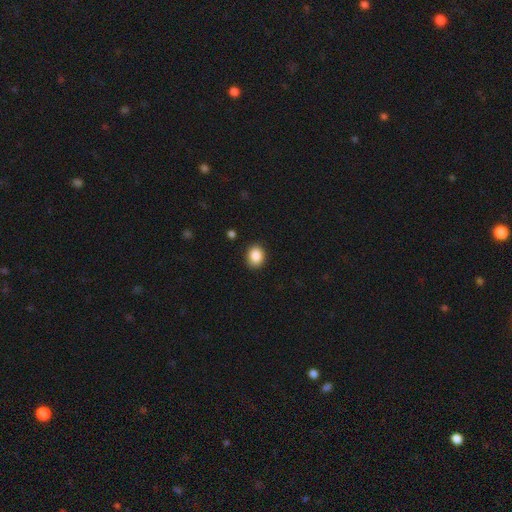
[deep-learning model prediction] Smooth or featured?
  - smooth: 88% *
  - star or artifact: 8%
  - featured or disk: 4%
How rounded?
  - round: 54% *
  - in between: 45%
  - cigar-shaped: 1%
Merging?
  - none: 88% *
  - minor disturbance: 9%
  - major disturbance: 2%
  - merger: 1%